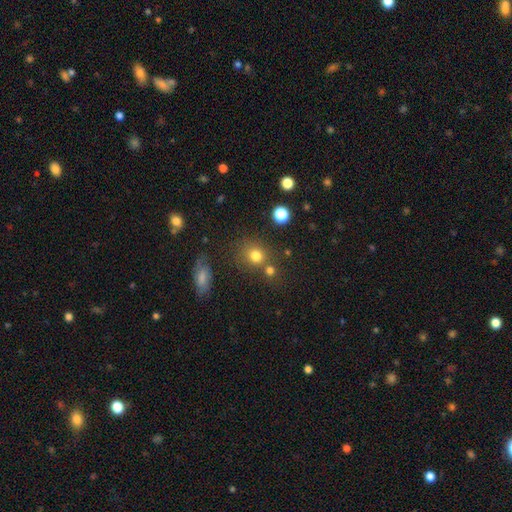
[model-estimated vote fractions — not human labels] Smooth or featured? smooth (77%)
How rounded? round (78%)
Merging? none (65%)